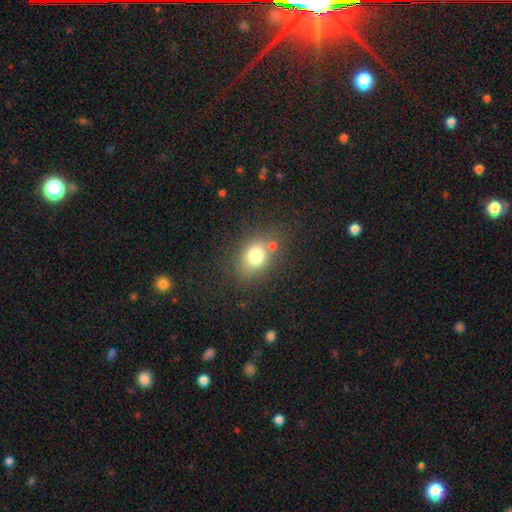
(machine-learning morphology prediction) Smooth or featured? smooth (76%)
How rounded? in between (60%)
Merging? none (64%)